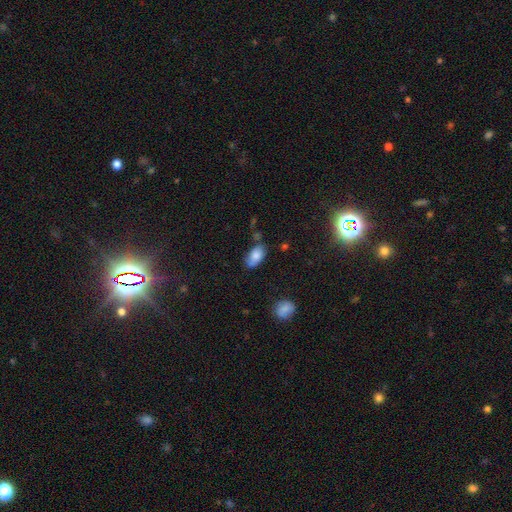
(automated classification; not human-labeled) smooth_or_featured: smooth (p=0.79) [alt: featured or disk p=0.13]
how_rounded: in between (p=0.93) [alt: round p=0.05]
merging: none (p=0.61) [alt: minor disturbance p=0.27]